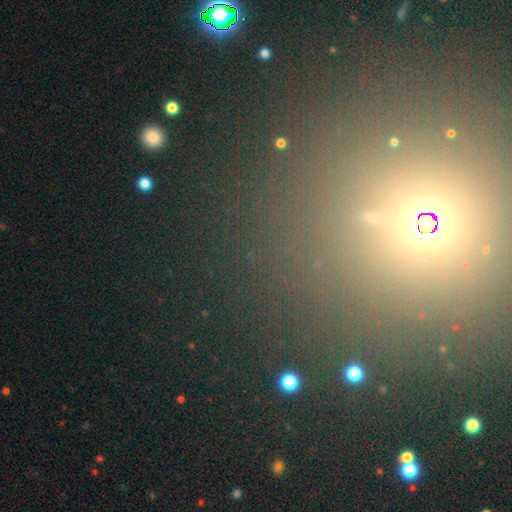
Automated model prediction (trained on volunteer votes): smooth_or_featured: star or artifact (p=0.66) [alt: smooth p=0.24]